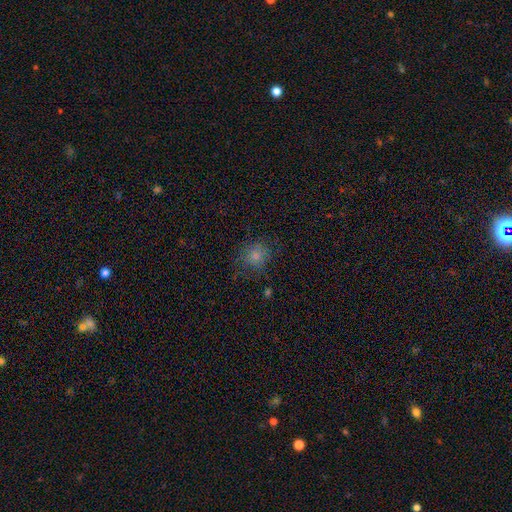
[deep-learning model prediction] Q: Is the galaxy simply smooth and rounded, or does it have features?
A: smooth — 78%.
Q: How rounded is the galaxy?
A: round — 83%.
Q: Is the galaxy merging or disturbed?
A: none — 73%.